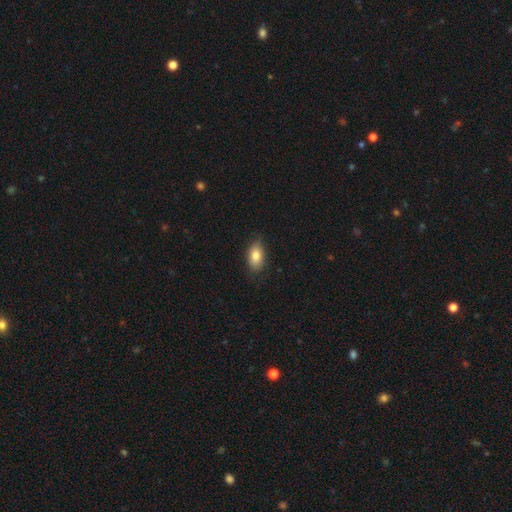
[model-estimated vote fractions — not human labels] Overall: smooth (82%). How rounded: in between (90%). Merging: none (81%).